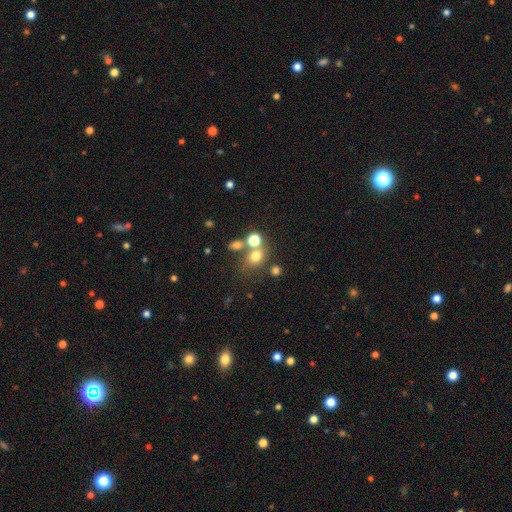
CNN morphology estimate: Smooth or featured? smooth (69%)
How rounded? round (66%)
Merging? none (55%)